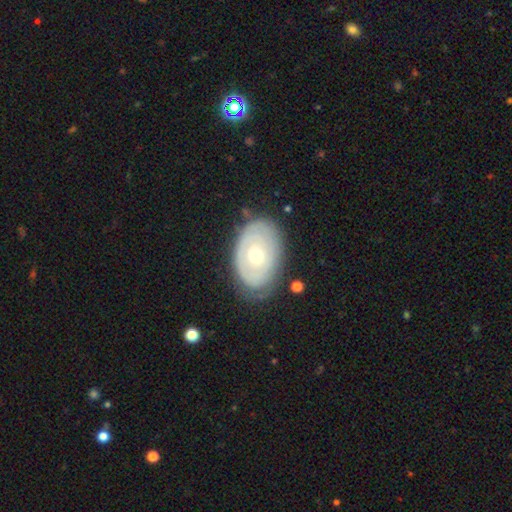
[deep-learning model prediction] Smooth or featured? Predicted: featured or disk (p=0.58). Edge-on disk? Predicted: no (p=0.92). Bar? Predicted: no (p=0.89). Spiral arms? Predicted: no (p=0.62). Bulge size? Predicted: moderate (p=0.63). Merging? Predicted: none (p=0.70).